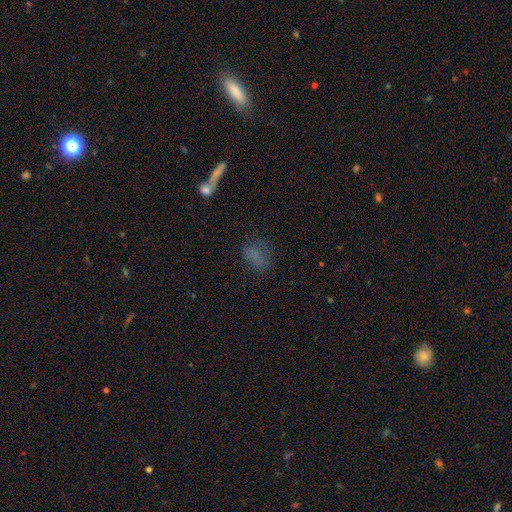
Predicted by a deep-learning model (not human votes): Smooth or featured: smooth — 67% (star or artifact — 19%)
How rounded: in between — 71% (round — 22%)
Merging: none — 61% (minor disturbance — 19%)